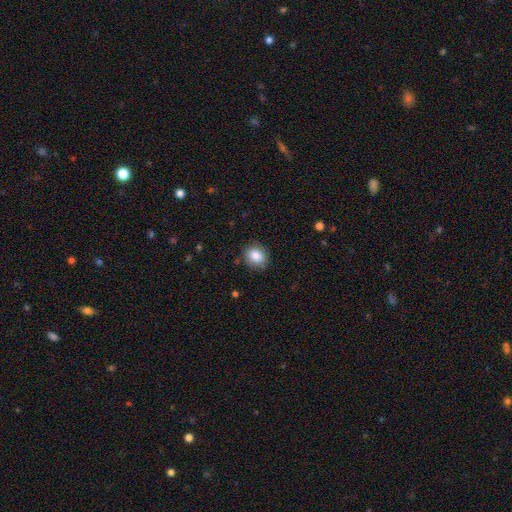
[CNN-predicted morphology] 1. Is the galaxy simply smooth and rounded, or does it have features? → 86% smooth, 8% star or artifact, 6% featured or disk.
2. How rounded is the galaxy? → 59% round, 40% in between, 1% cigar-shaped.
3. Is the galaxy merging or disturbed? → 83% none, 13% minor disturbance, 3% major disturbance, 1% merger.